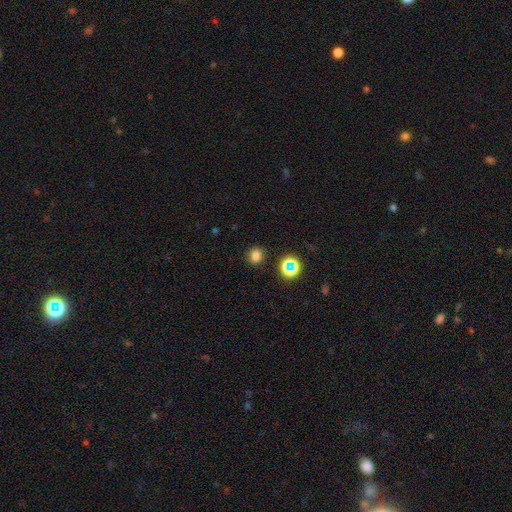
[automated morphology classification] smooth 75%, star or artifact 19%, featured or disk 6%. Down the decision tree: how rounded — round (70%); merging — none (87%).